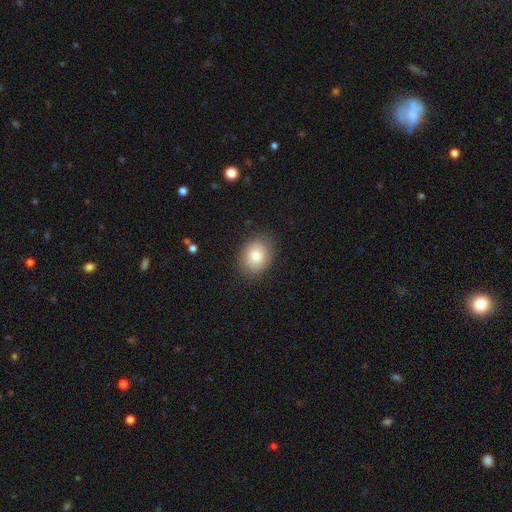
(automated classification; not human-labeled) This is clearly a smooth galaxy (82%). How rounded: possibly in between (58%). Merging: clearly none (85%).